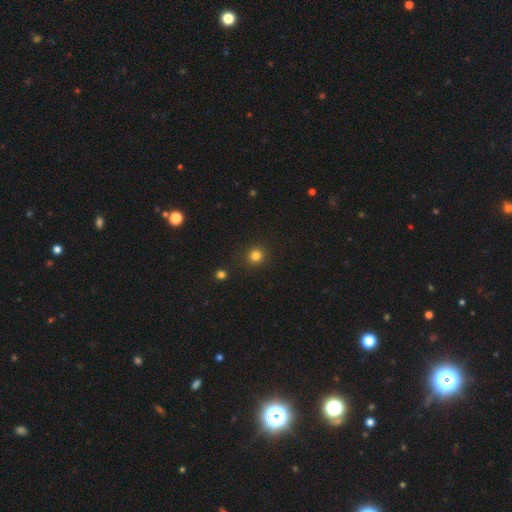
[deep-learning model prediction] The model was most divided on "smooth or featured": smooth: 82%, star or artifact: 14%, featured or disk: 5%. More confident: how rounded — round (93%); merging — none (91%).